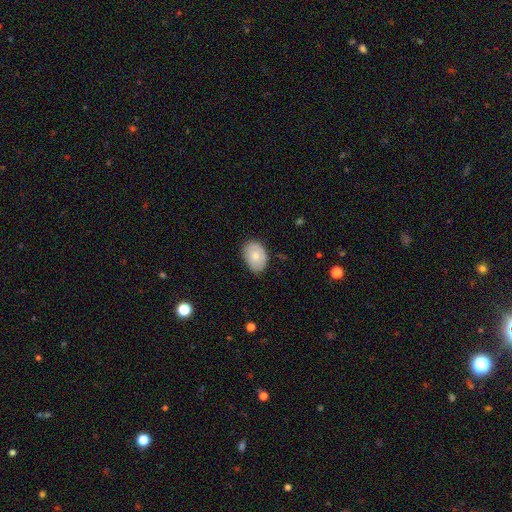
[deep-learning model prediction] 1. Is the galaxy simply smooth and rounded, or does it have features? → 75% smooth, 19% featured or disk, 6% star or artifact.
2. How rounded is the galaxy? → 77% in between, 22% round, 1% cigar-shaped.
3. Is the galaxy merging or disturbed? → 77% none, 19% minor disturbance, 3% major disturbance, 1% merger.